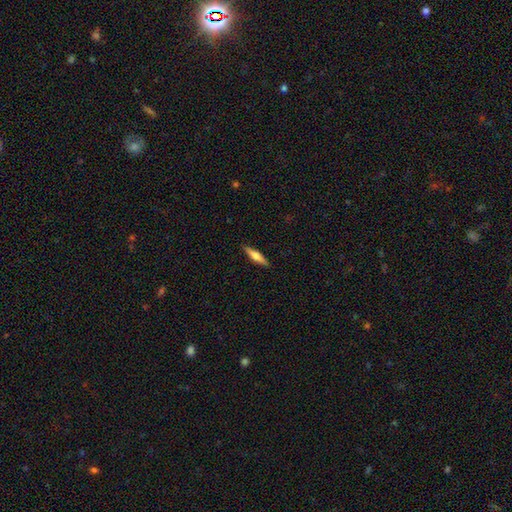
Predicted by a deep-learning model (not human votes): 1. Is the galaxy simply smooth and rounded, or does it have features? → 49% featured or disk, 46% smooth, 6% star or artifact.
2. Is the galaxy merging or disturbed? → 90% none, 7% minor disturbance, 2% major disturbance, 1% merger.